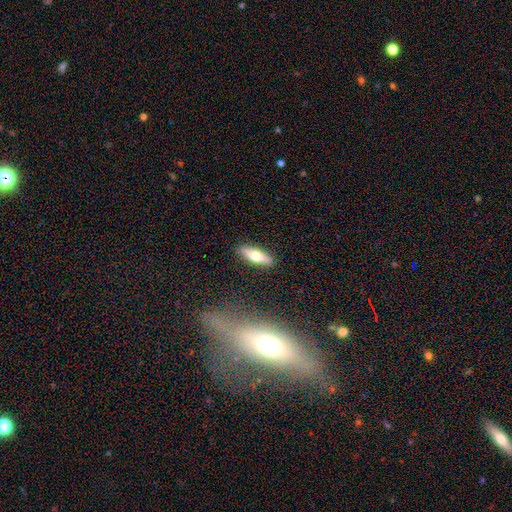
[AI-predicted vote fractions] smooth_or_featured: smooth (p=0.58) [alt: featured or disk p=0.36]
how_rounded: cigar-shaped (p=0.53) [alt: in between p=0.45]
merging: none (p=0.89) [alt: minor disturbance p=0.08]